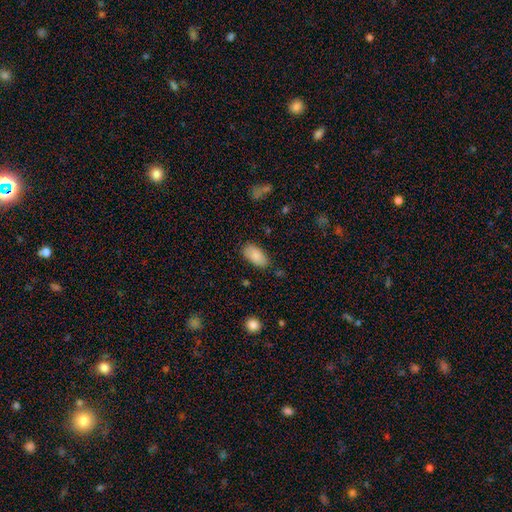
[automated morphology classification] Q: Smooth or featured?
A: smooth (87%); runner-up: star or artifact (7%)
Q: How rounded?
A: in between (94%); runner-up: cigar-shaped (4%)
Q: Merging?
A: none (81%); runner-up: minor disturbance (14%)